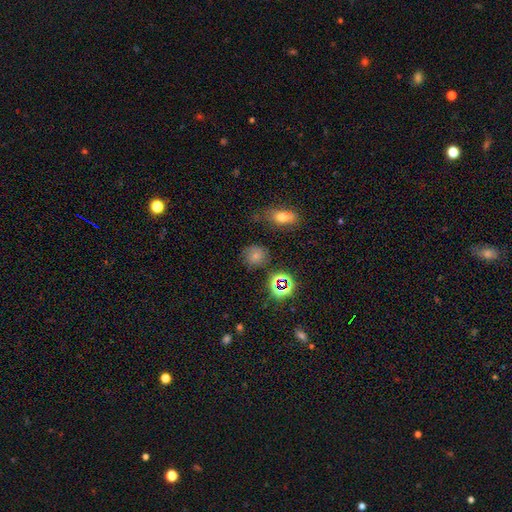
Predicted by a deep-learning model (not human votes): smooth_or_featured: smooth (p=0.63) [alt: star or artifact p=0.26]
how_rounded: round (p=0.78) [alt: in between p=0.21]
merging: none (p=0.75) [alt: minor disturbance p=0.16]